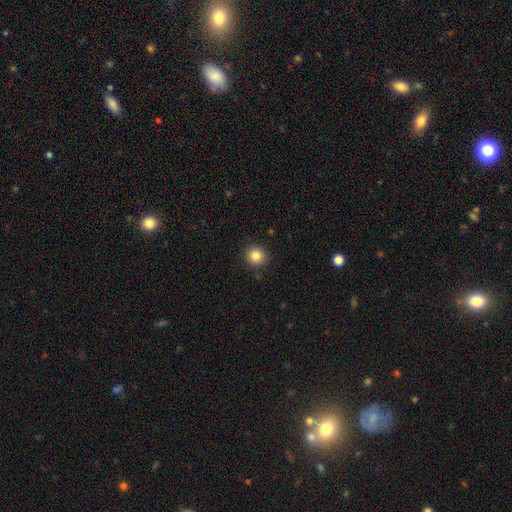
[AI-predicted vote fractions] Smooth or featured: smooth — 83% (star or artifact — 11%)
How rounded: round — 91% (in between — 8%)
Merging: none — 91% (minor disturbance — 6%)